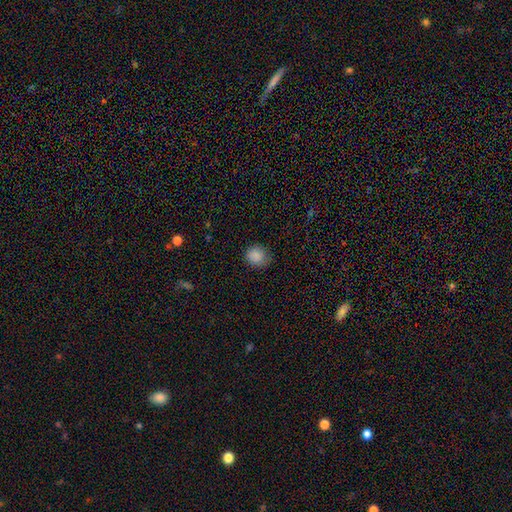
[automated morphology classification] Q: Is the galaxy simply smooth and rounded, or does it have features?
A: smooth — 87%.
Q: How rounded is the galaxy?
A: round — 80%.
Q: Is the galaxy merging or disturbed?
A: none — 79%.